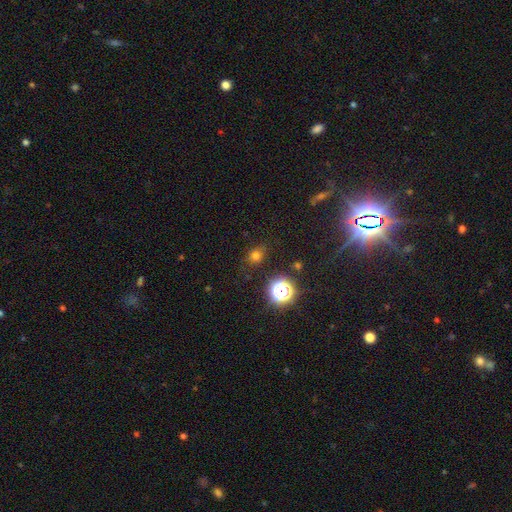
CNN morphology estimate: A smooth galaxy with no disk features (71%) that is round (60%).

Vote fractions:
- Smooth or featured? smooth: 71% / star or artifact: 22% / featured or disk: 7%
- How rounded? round: 60% / in between: 38% / cigar-shaped: 1%
- Merging? none: 80% / minor disturbance: 14% / major disturbance: 4% / merger: 2%